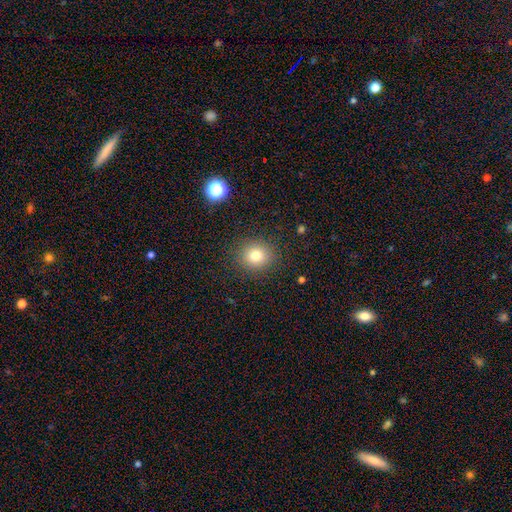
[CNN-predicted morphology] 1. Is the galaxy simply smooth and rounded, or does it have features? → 78% smooth, 13% star or artifact, 9% featured or disk.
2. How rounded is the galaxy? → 84% round, 15% in between, 1% cigar-shaped.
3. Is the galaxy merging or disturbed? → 88% none, 8% minor disturbance, 3% major disturbance, 1% merger.